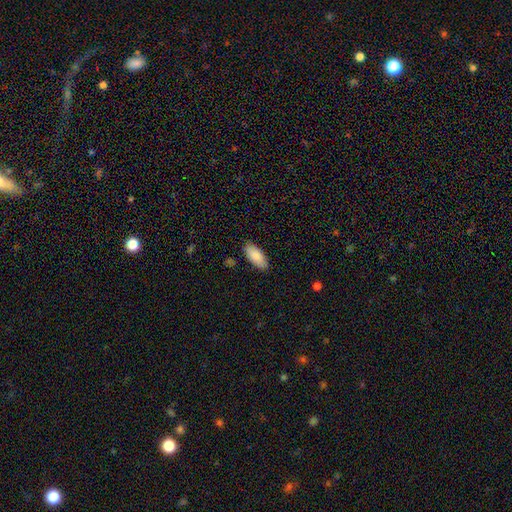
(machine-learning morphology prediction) The model was most divided on "how rounded": in between: 85%, cigar-shaped: 13%, round: 2%. More confident: smooth or featured — smooth (88%); merging — none (85%).